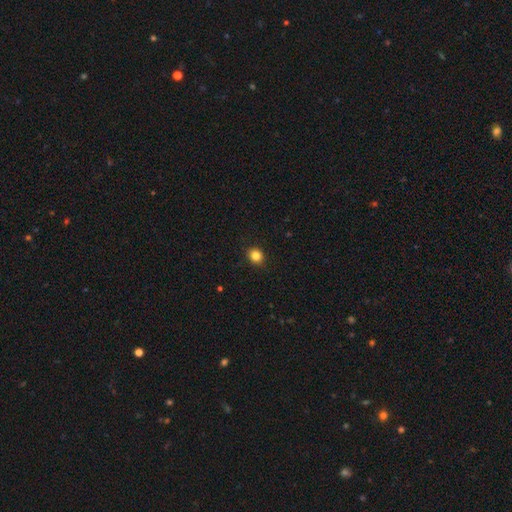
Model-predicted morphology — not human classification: A smooth galaxy with no disk features (84%) that is round (79%).

Vote fractions:
- Smooth or featured? smooth: 84% / star or artifact: 12% / featured or disk: 4%
- How rounded? round: 79% / in between: 20% / cigar-shaped: 1%
- Merging? none: 91% / minor disturbance: 7% / major disturbance: 2% / merger: 1%